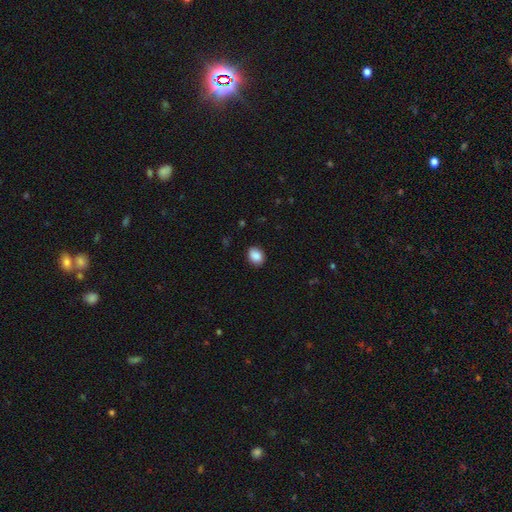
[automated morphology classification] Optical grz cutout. It shows a smooth galaxy with no disk features (89%) that is in between round and cigar-shaped (60%). Merging: none (87%).